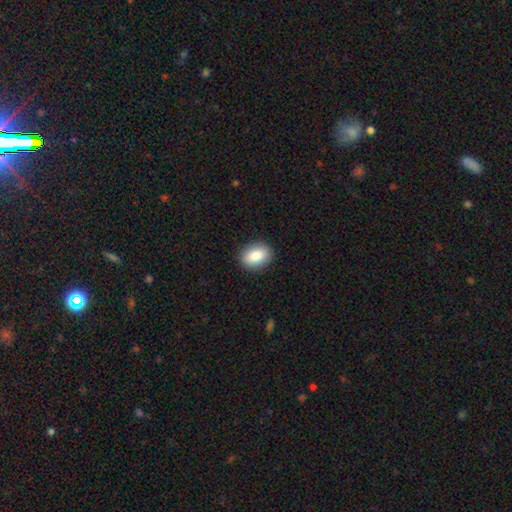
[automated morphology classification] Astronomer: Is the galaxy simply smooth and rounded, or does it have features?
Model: smooth — 84%.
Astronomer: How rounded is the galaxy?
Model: in between — 72%.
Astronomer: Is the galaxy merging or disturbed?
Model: none — 90%.